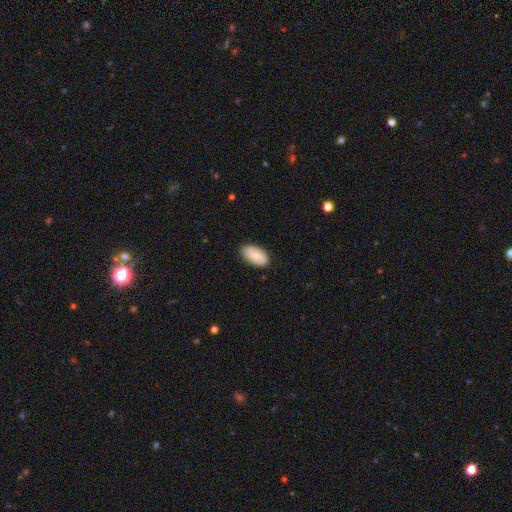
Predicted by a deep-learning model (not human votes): A smooth galaxy with no disk features (74%) that is in between round and cigar-shaped (94%).

Vote fractions:
- Smooth or featured? smooth: 74% / featured or disk: 20% / star or artifact: 6%
- How rounded? in between: 94% / round: 4% / cigar-shaped: 2%
- Merging? none: 83% / minor disturbance: 14% / major disturbance: 2% / merger: 1%